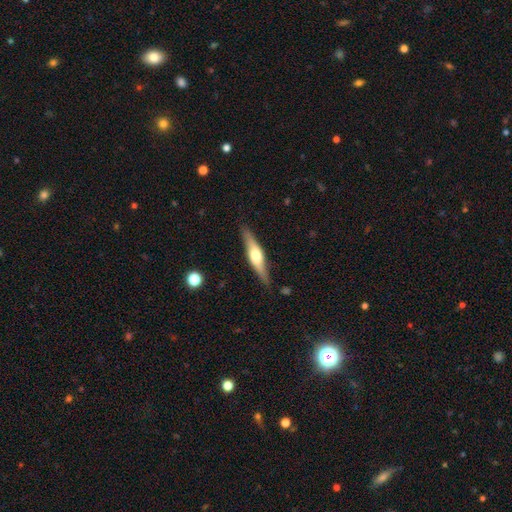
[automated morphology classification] Overall: featured or disk (63%; smooth 32%). Edge-on disk: yes (94%). Edge-on bulge: rounded (89%). Merging: none (85%).